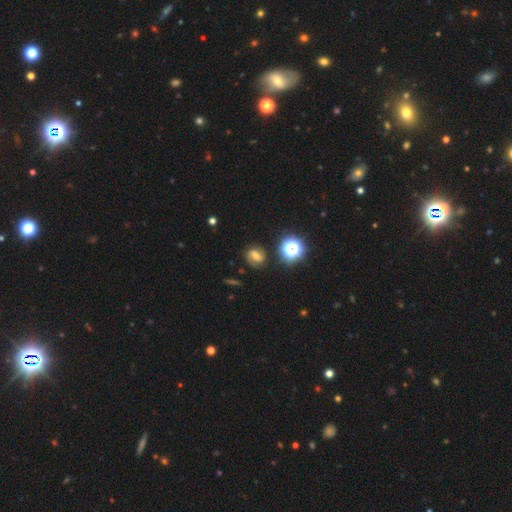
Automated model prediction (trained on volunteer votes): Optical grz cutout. It shows a smooth galaxy with no disk features (41%). Merging: none (78%).